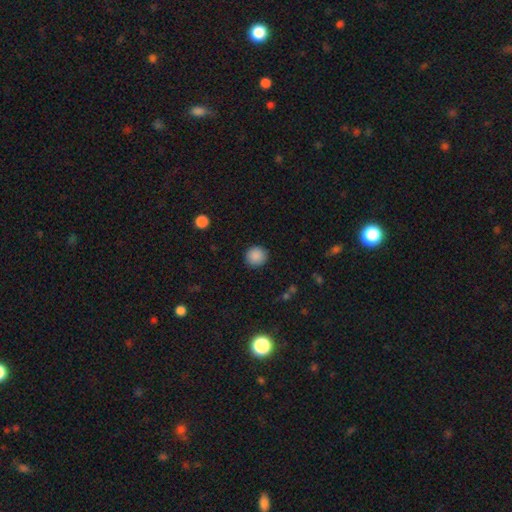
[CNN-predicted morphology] This is clearly a smooth galaxy (88%). How rounded: clearly round (89%). Merging: clearly none (89%).